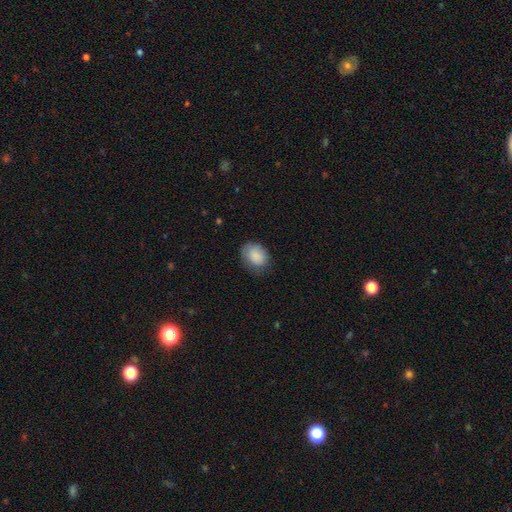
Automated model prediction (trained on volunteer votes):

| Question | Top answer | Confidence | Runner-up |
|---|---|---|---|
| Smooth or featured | smooth | 87% | star or artifact (7%) |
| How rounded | in between | 61% | round (38%) |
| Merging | none | 71% | minor disturbance (22%) |